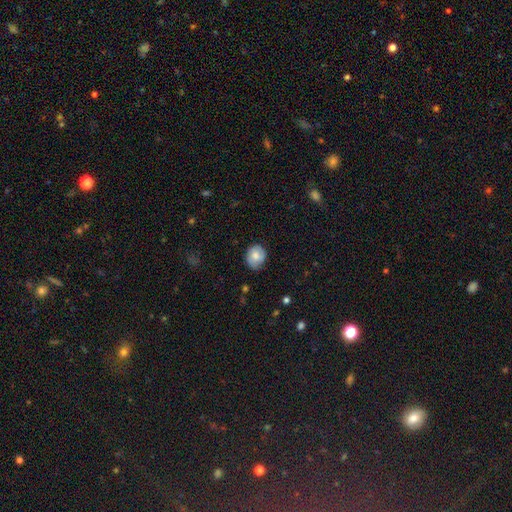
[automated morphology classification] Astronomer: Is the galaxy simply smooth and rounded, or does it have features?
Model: smooth — 74%.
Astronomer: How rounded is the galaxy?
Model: round — 67%.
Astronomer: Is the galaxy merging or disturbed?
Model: none — 74%.